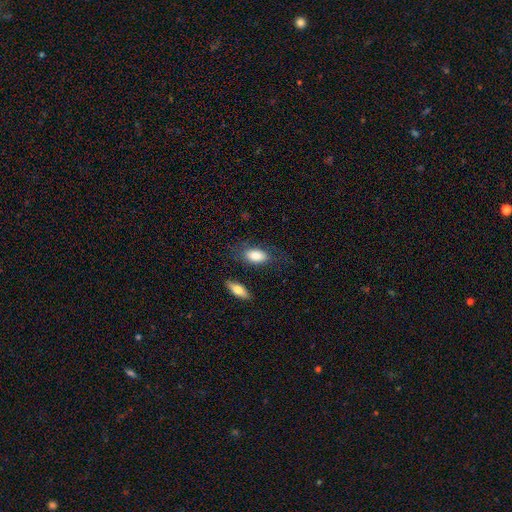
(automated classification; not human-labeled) This appears to be a smooth galaxy with no disk features (84%) that is in between round and cigar-shaped (89%). Merging: none (71%).